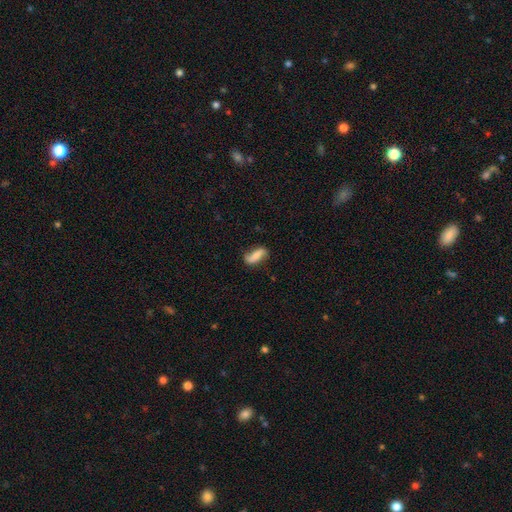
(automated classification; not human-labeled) A smooth galaxy with no disk features (49%). Merging: none (68%).